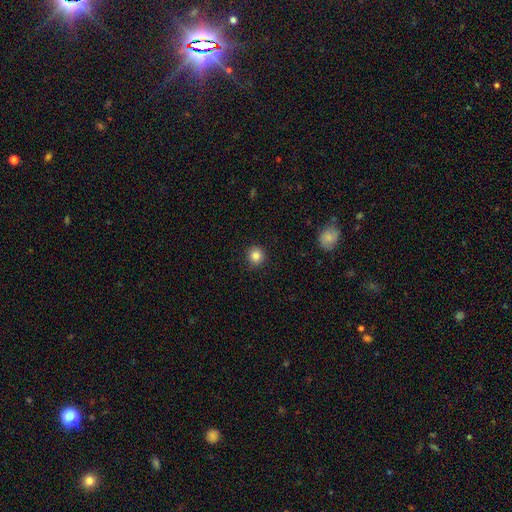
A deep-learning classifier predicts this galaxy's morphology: This is clearly a smooth galaxy (85%). How rounded: clearly round (93%). Merging: clearly none (91%).